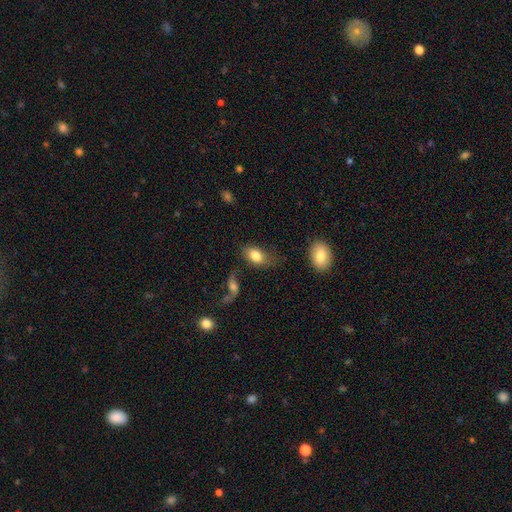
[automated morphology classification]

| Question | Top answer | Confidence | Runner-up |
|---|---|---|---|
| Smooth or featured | smooth | 80% | featured or disk (12%) |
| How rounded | in between | 85% | round (13%) |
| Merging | none | 59% | minor disturbance (24%) |